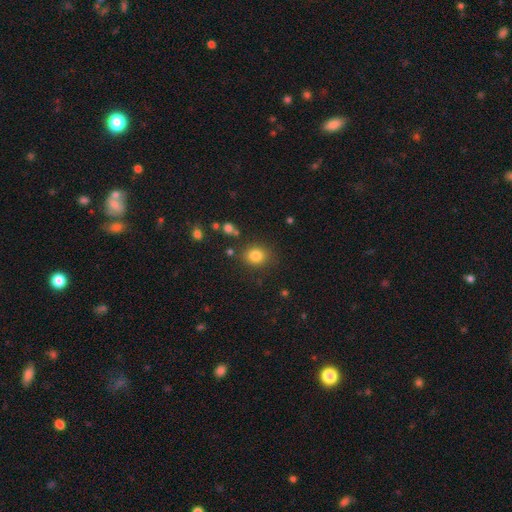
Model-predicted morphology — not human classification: This is clearly a smooth galaxy (82%). How rounded: likely round (70%). Merging: clearly none (83%).